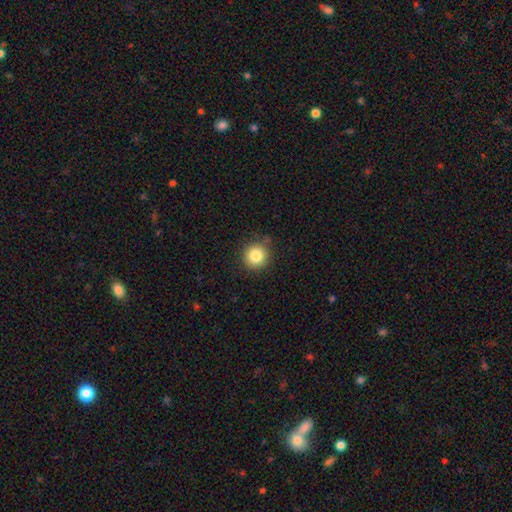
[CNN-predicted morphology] Smooth or featured? smooth (84%)
How rounded? round (93%)
Merging? none (85%)